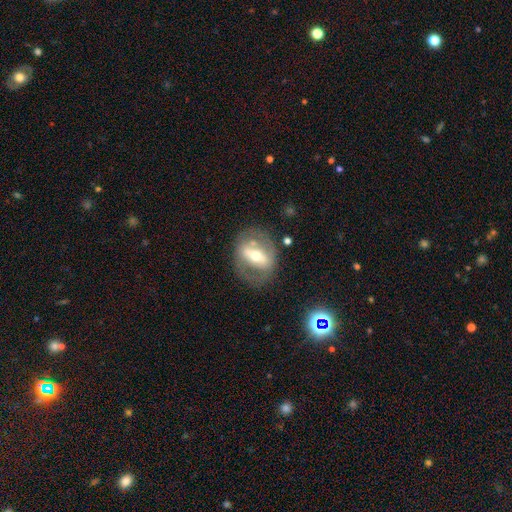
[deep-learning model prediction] Smooth or featured?
  - featured or disk: 67% *
  - smooth: 25%
  - star or artifact: 7%
Edge-on disk?
  - no: 84% *
  - yes: 16%
Bar?
  - strong: 62% *
  - weak: 22%
  - no: 16%
Spiral arms?
  - no: 70% *
  - yes: 30%
Bulge size?
  - moderate: 65% *
  - small: 23%
  - large: 9%
  - dominant: 1%
  - none: 1%
Merging?
  - none: 67% *
  - minor disturbance: 17%
  - major disturbance: 12%
  - merger: 4%